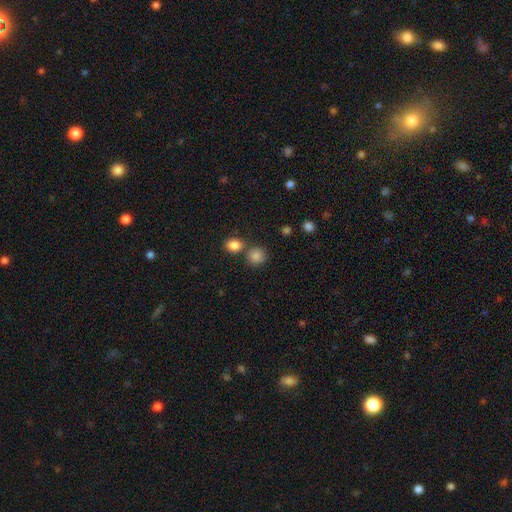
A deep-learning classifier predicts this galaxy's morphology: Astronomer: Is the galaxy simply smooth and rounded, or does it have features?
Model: smooth — 84%.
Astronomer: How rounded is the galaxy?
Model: round — 85%.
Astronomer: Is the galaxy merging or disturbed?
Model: none — 67%.